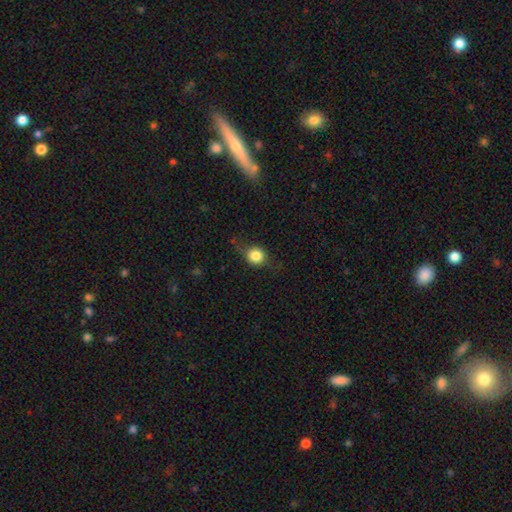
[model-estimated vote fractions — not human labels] A smooth galaxy with no disk features (77%) that is round (83%). Merging: none (69%).